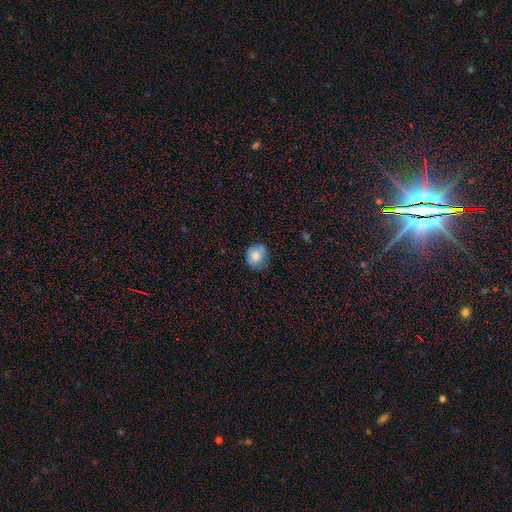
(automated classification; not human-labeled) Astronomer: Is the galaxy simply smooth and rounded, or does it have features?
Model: smooth — 79%.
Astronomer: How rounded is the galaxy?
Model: round — 75%.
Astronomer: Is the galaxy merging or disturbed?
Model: none — 67%.